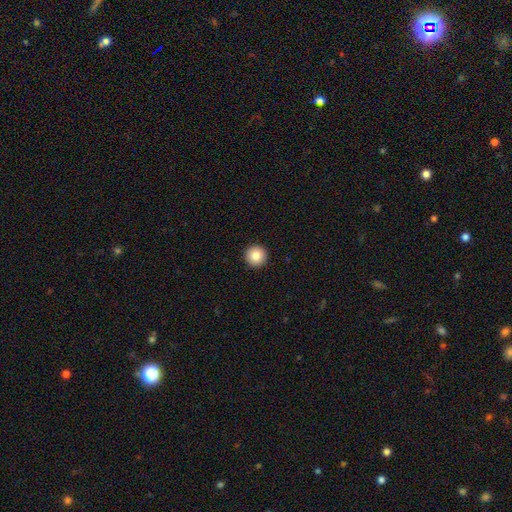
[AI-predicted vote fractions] The model was most divided on "smooth or featured": smooth: 84%, star or artifact: 9%, featured or disk: 7%. More confident: how rounded — round (96%); merging — none (94%).